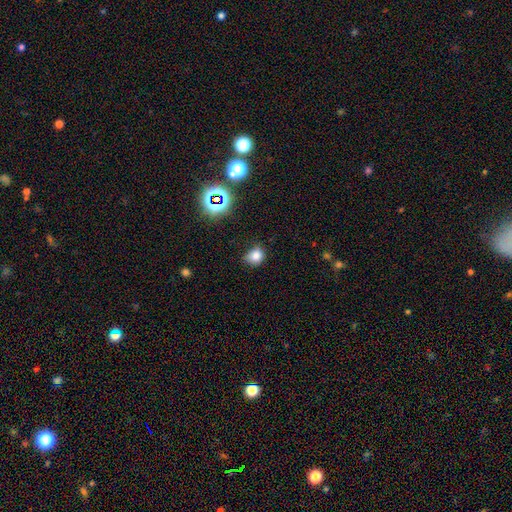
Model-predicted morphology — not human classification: Overall: smooth (78%). How rounded: round (66%; in between 33%). Merging: none (65%; minor disturbance 27%).